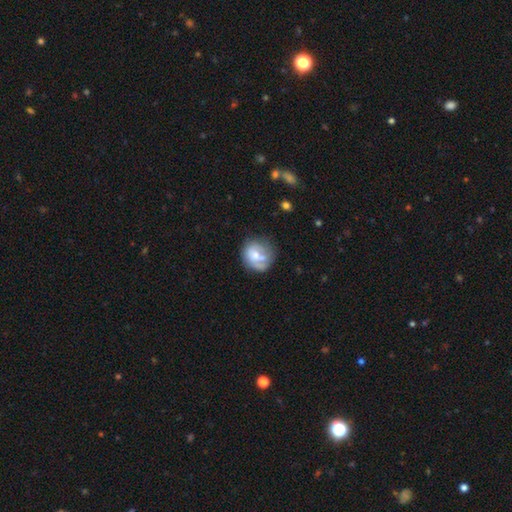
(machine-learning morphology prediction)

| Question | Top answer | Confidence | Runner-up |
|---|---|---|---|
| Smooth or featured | smooth | 53% | featured or disk (39%) |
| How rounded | round | 78% | in between (21%) |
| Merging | none | 52% | minor disturbance (25%) |